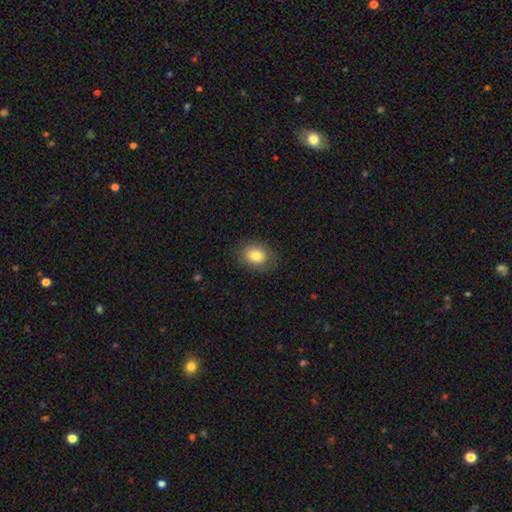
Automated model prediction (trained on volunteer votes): Morphology: type=smooth (79%); roundness=in between (57%); merging=none (82%).